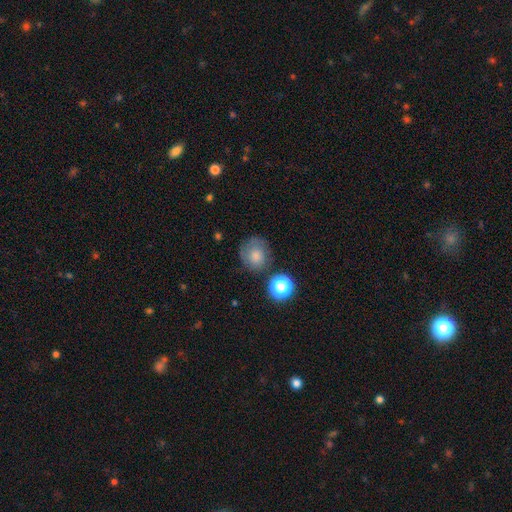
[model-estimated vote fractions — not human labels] A smooth galaxy with no disk features (72%) that is round (82%).

Vote fractions:
- Smooth or featured? smooth: 72% / featured or disk: 16% / star or artifact: 12%
- How rounded? round: 82% / in between: 17% / cigar-shaped: 1%
- Merging? none: 65% / minor disturbance: 20% / major disturbance: 8% / merger: 6%